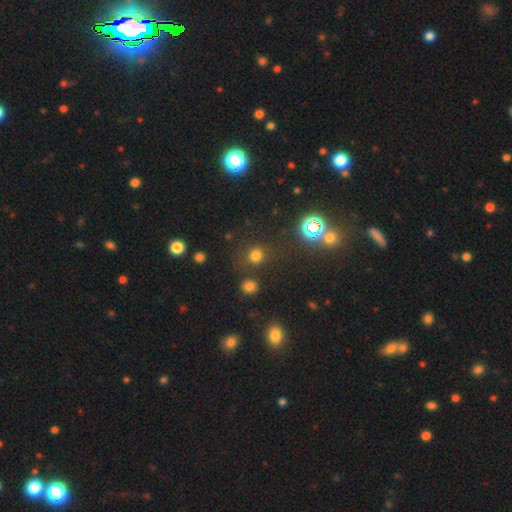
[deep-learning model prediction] Overall: smooth (70%). How rounded: round (88%). Merging: none (78%).